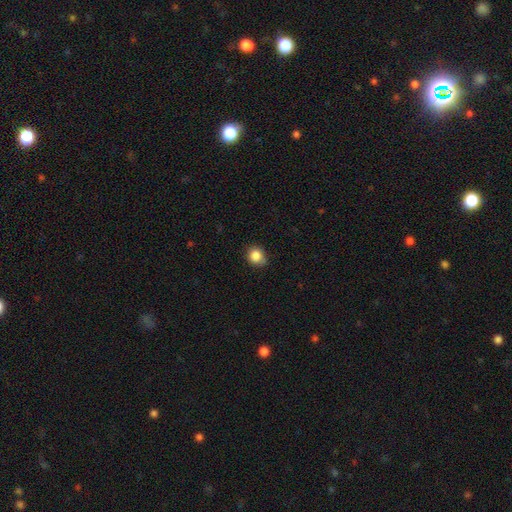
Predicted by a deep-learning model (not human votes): Overall: smooth (85%). How rounded: round (78%). Merging: none (77%).